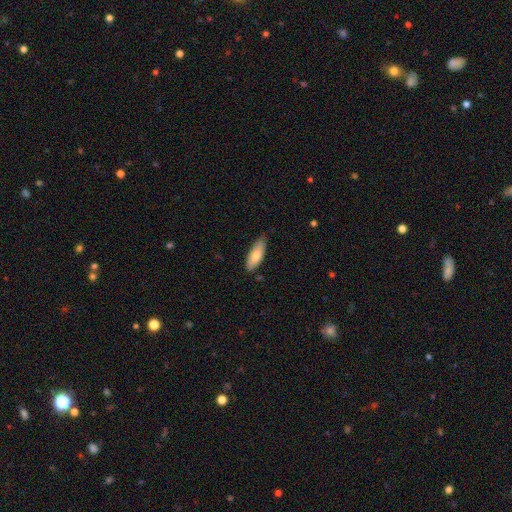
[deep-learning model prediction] Smooth or featured?
  - smooth: 79% *
  - featured or disk: 16%
  - star or artifact: 6%
How rounded?
  - in between: 69% *
  - cigar-shaped: 29%
  - round: 2%
Merging?
  - none: 76% *
  - minor disturbance: 20%
  - major disturbance: 3%
  - merger: 1%